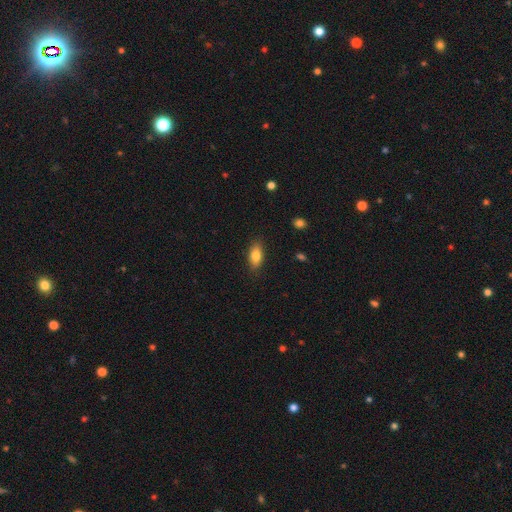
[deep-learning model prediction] smooth_or_featured: smooth (p=0.82) [alt: featured or disk p=0.11]
how_rounded: in between (p=0.85) [alt: cigar-shaped p=0.11]
merging: none (p=0.85) [alt: minor disturbance p=0.12]